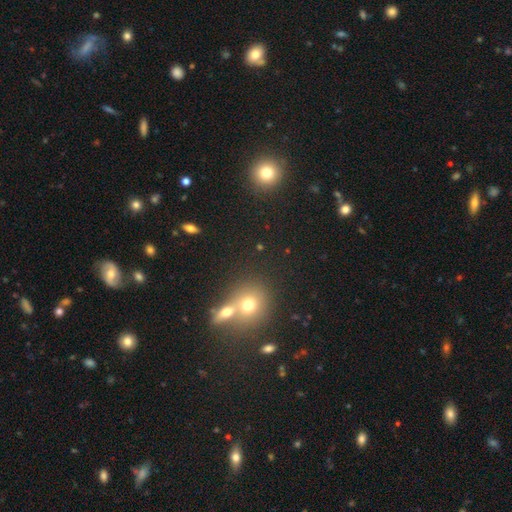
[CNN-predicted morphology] This appears to be a smooth galaxy with no disk features (54%) that is round (82%). Merging: none (62%).